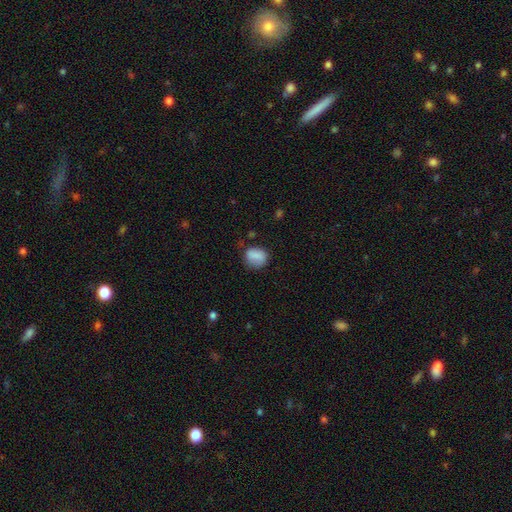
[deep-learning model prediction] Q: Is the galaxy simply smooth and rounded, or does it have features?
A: smooth — 83%.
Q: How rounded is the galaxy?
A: round — 60%.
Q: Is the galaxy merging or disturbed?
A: none — 63%.